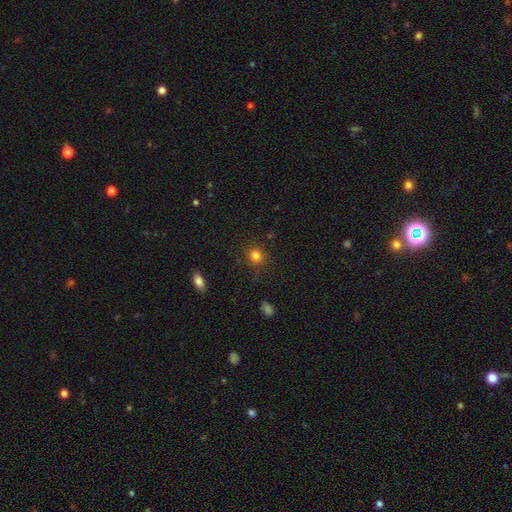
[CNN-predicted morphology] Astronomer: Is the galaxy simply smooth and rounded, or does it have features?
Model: smooth — 82%.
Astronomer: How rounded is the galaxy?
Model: round — 89%.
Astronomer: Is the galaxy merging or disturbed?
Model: none — 85%.